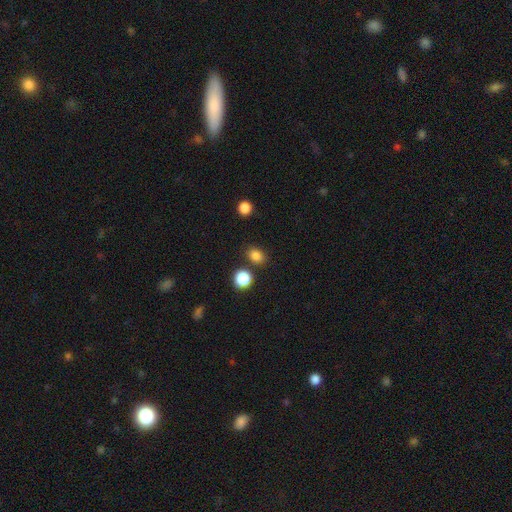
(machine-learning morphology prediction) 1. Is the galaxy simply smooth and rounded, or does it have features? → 83% smooth, 13% star or artifact, 4% featured or disk.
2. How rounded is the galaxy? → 56% in between, 43% round, 1% cigar-shaped.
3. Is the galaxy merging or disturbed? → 79% none, 10% minor disturbance, 8% merger, 3% major disturbance.